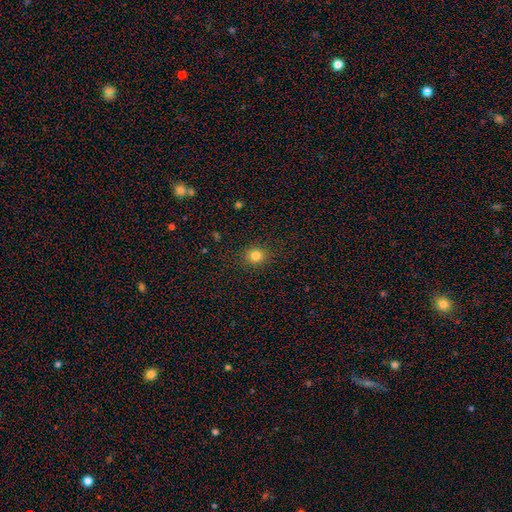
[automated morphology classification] Smooth or featured? Predicted: smooth (p=0.82). How rounded? Predicted: round (p=0.79). Merging? Predicted: none (p=0.89).